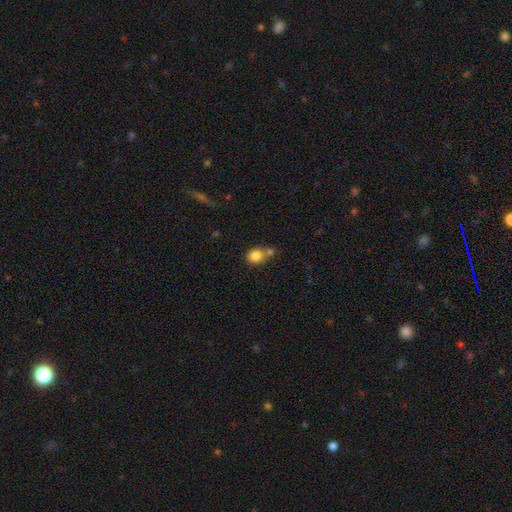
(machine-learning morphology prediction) smooth-or-featured: smooth: 83% | star or artifact: 10% | featured or disk: 7%
  how-rounded: round: 72% | in between: 27% | cigar-shaped: 1%
  merging: none: 51% | merger: 31% | minor disturbance: 13% | major disturbance: 4%